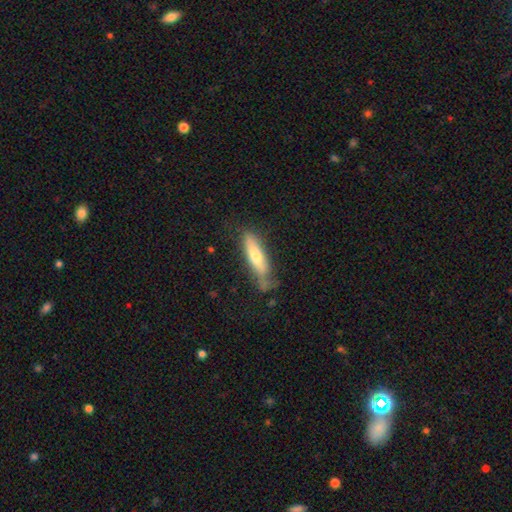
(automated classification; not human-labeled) Overall: smooth (57%; featured or disk 36%). How rounded: cigar-shaped (74%). Merging: none (65%).